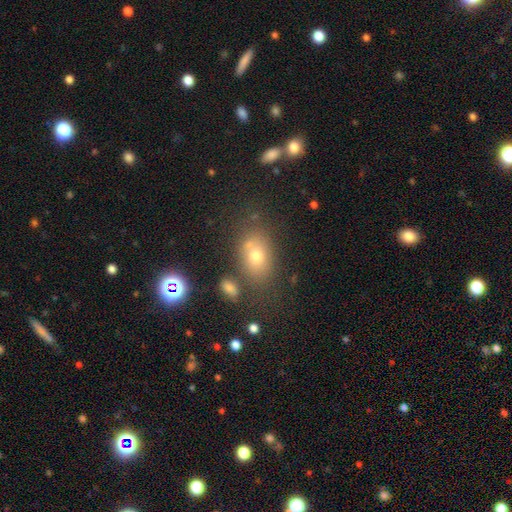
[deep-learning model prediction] This appears to be a smooth galaxy with no disk features (71%) that is in between round and cigar-shaped (74%). Merging: none (65%).